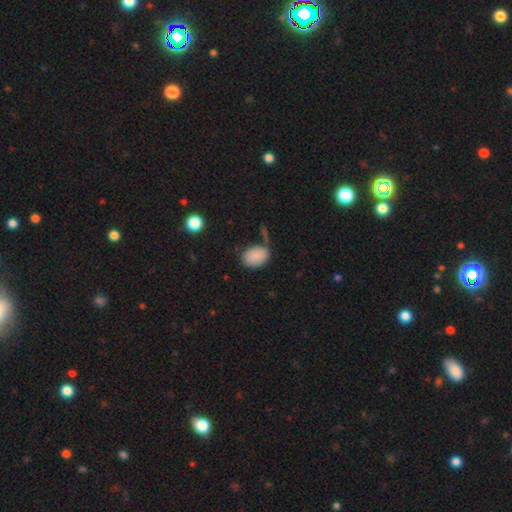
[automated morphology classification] Smooth or featured?
  - smooth: 87% *
  - star or artifact: 8%
  - featured or disk: 5%
How rounded?
  - in between: 80% *
  - round: 18%
  - cigar-shaped: 1%
Merging?
  - none: 65% *
  - minor disturbance: 19%
  - merger: 9%
  - major disturbance: 7%